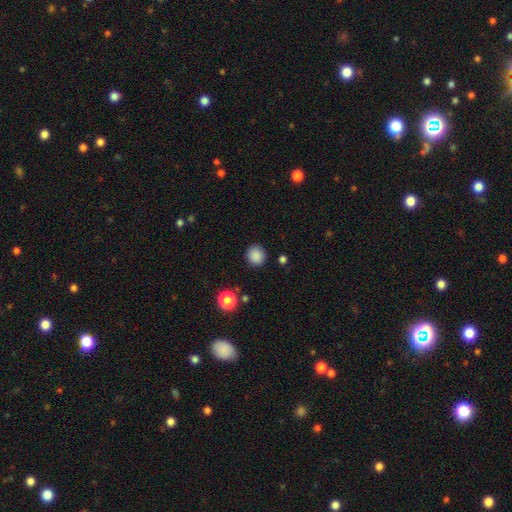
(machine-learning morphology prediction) type=smooth (86%); roundness=round (87%); merging=none (88%).